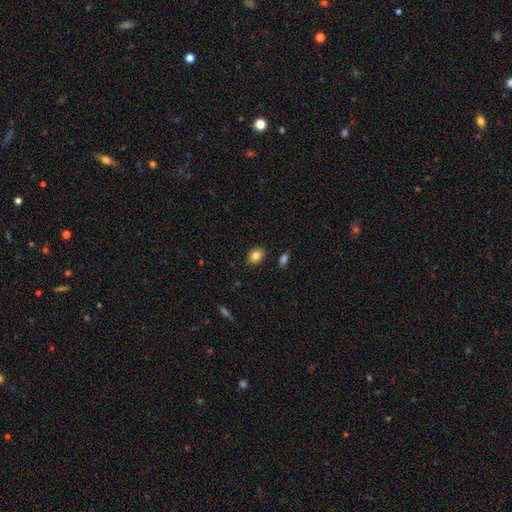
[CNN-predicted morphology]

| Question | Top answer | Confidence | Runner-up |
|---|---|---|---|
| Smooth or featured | smooth | 83% | star or artifact (9%) |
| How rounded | in between | 64% | round (35%) |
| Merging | none | 87% | minor disturbance (9%) |